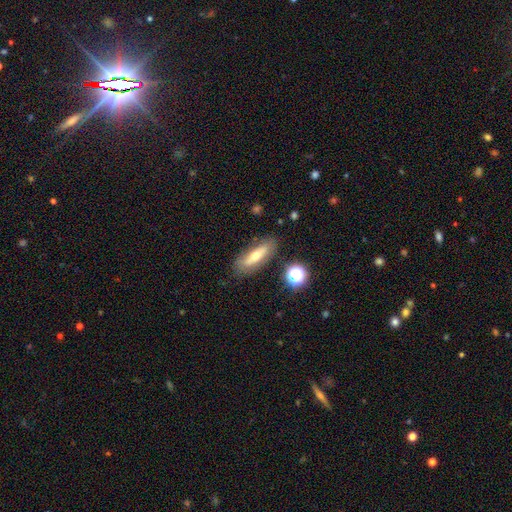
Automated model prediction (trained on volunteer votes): smooth 52%, featured or disk 39%, star or artifact 10%. Down the decision tree: how rounded — in between (51%); merging — none (79%).